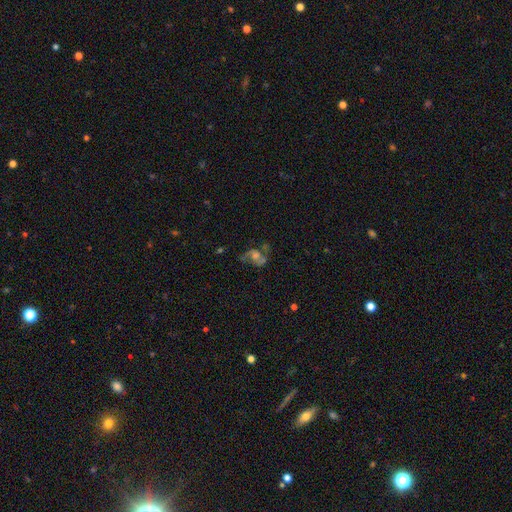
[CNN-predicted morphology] Q: Smooth or featured?
A: featured or disk (63%); runner-up: smooth (20%)
Q: Edge-on disk?
A: no (97%); runner-up: yes (3%)
Q: Bar?
A: no (69%); runner-up: weak (25%)
Q: Spiral arms?
A: yes (77%); runner-up: no (23%)
Q: Bulge size?
A: moderate (44%); runner-up: small (25%)
Q: Merging?
A: none (47%); runner-up: major disturbance (22%)